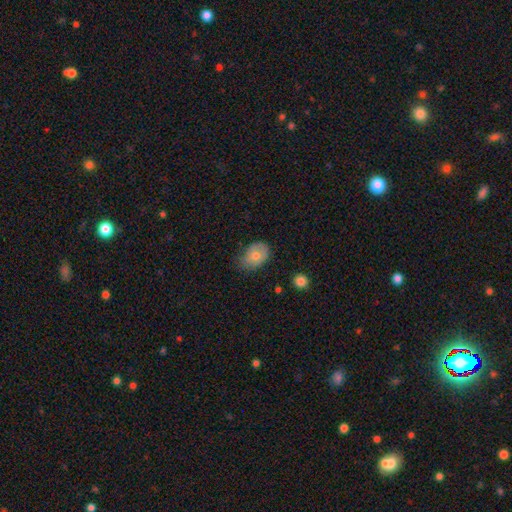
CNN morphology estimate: This appears to be a smooth galaxy with no disk features (70%) that is in between round and cigar-shaped (78%). Merging: none (52%).